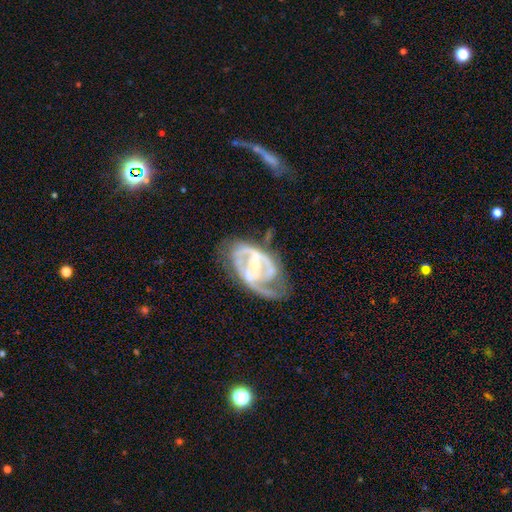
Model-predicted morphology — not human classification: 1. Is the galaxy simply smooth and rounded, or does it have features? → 83% featured or disk, 11% smooth, 6% star or artifact.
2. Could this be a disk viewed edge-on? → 96% no, 4% yes.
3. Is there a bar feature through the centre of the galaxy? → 38% weak, 31% no, 31% strong.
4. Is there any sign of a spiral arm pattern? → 77% yes, 23% no.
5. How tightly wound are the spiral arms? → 43% medium, 40% tight, 17% loose.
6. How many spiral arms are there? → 50% 2, 25% can't tell, 10% 3, 10% 1, 3% 4, 2% more than 4.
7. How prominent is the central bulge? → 60% small, 31% moderate, 5% none, 3% large, 1% dominant.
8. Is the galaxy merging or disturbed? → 41% none, 30% major disturbance, 25% minor disturbance, 4% merger.